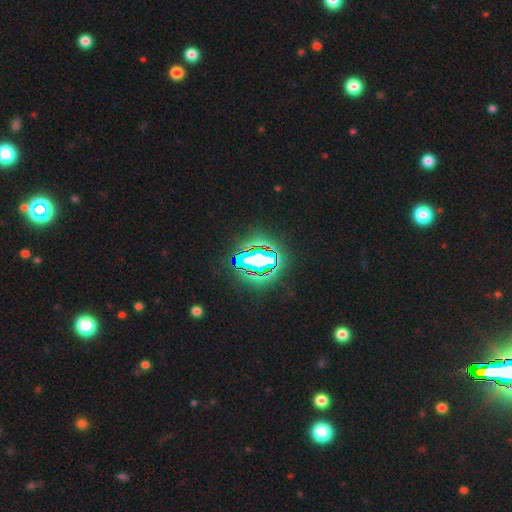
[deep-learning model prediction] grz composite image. It shows a star or artifact, not a galaxy (70%).